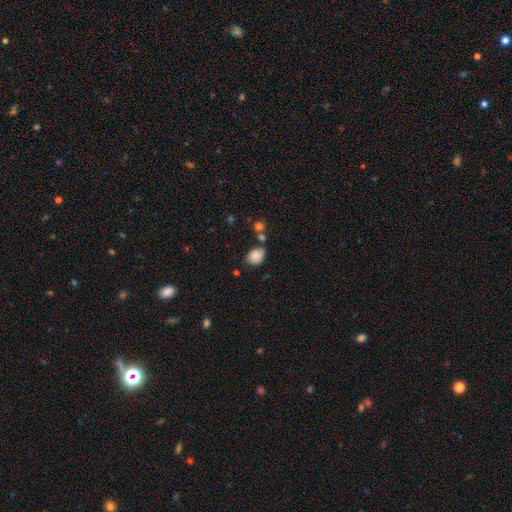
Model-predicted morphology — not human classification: smooth_or_featured: smooth (p=0.86) [alt: star or artifact p=0.09]
how_rounded: in between (p=0.69) [alt: round p=0.30]
merging: none (p=0.59) [alt: minor disturbance p=0.24]